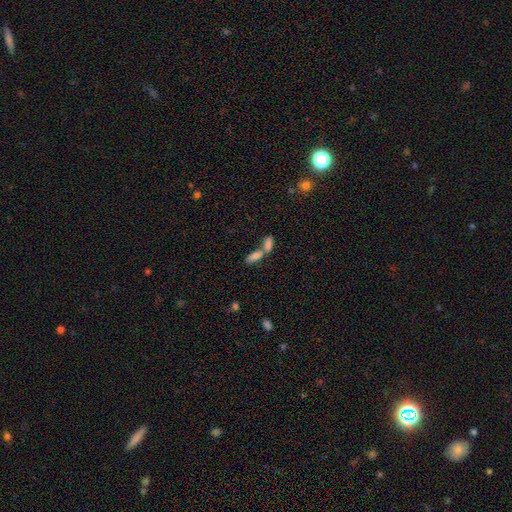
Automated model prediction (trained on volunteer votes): smooth_or_featured: smooth (p=0.75) [alt: featured or disk p=0.14]
how_rounded: in between (p=0.70) [alt: cigar-shaped p=0.26]
merging: merger (p=0.66) [alt: none p=0.24]